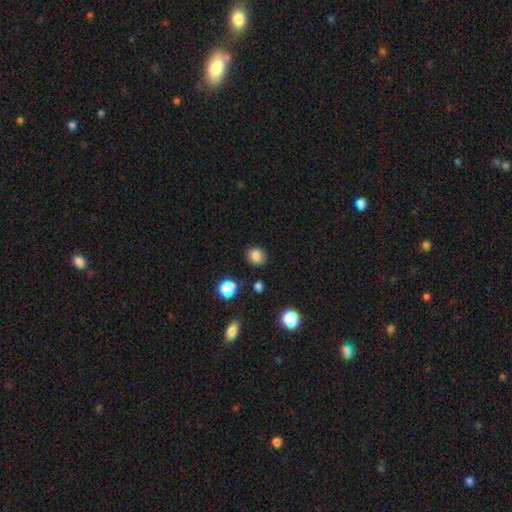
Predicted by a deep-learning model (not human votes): Smooth or featured? Predicted: smooth (p=0.83). How rounded? Predicted: round (p=0.73). Merging? Predicted: none (p=0.85).